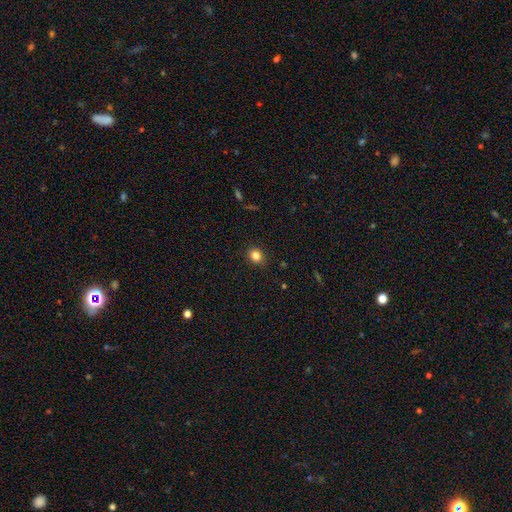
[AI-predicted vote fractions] A smooth galaxy with no disk features (84%) that is round (75%).

Vote fractions:
- Smooth or featured? smooth: 84% / star or artifact: 12% / featured or disk: 5%
- How rounded? round: 75% / in between: 24% / cigar-shaped: 1%
- Merging? none: 89% / minor disturbance: 8% / major disturbance: 2% / merger: 1%